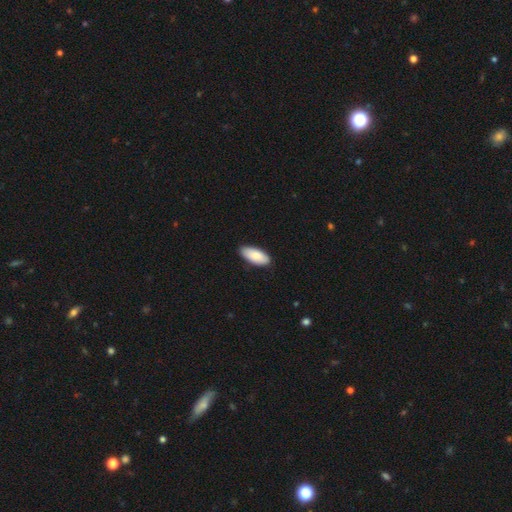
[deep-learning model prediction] Q: Smooth or featured?
A: smooth (84%); runner-up: featured or disk (11%)
Q: How rounded?
A: in between (91%); runner-up: cigar-shaped (8%)
Q: Merging?
A: none (87%); runner-up: minor disturbance (10%)